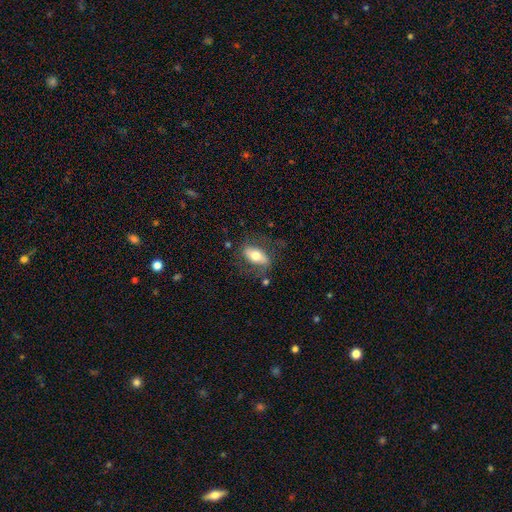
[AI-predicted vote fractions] Overall: smooth (57%; featured or disk 37%). How rounded: in between (82%). Merging: none (67%).